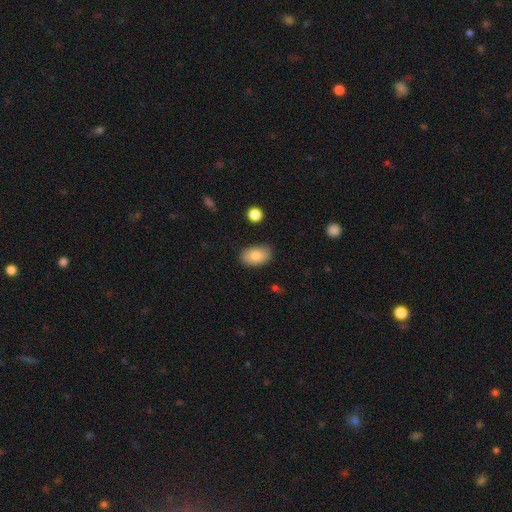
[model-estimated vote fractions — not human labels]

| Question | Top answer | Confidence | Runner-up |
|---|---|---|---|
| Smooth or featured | smooth | 84% | featured or disk (9%) |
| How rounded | in between | 92% | round (7%) |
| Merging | none | 85% | minor disturbance (11%) |